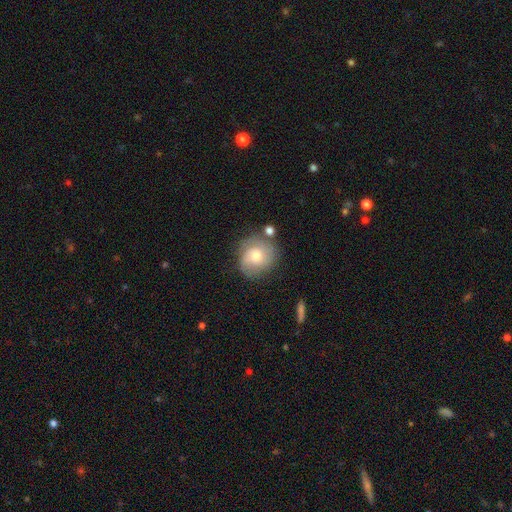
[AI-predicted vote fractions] Smooth or featured?
  - featured or disk: 47% *
  - smooth: 45%
  - star or artifact: 8%
Merging?
  - none: 67% *
  - minor disturbance: 20%
  - major disturbance: 7%
  - merger: 6%